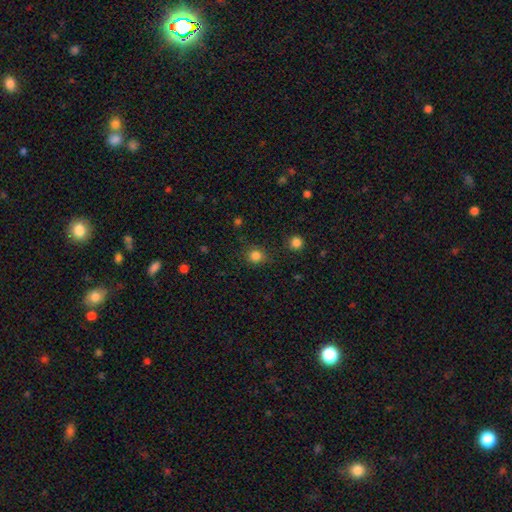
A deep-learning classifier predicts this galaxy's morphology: This is clearly a smooth galaxy (83%). How rounded: clearly round (86%). Merging: clearly none (84%).